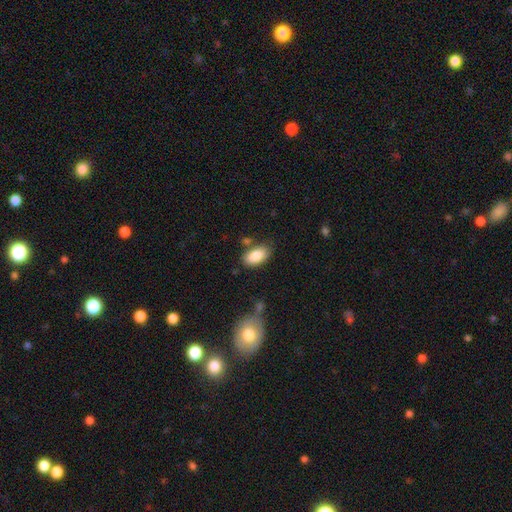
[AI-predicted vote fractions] smooth_or_featured: smooth (p=0.87) [alt: star or artifact p=0.07]
how_rounded: in between (p=0.94) [alt: round p=0.04]
merging: none (p=0.76) [alt: minor disturbance p=0.15]